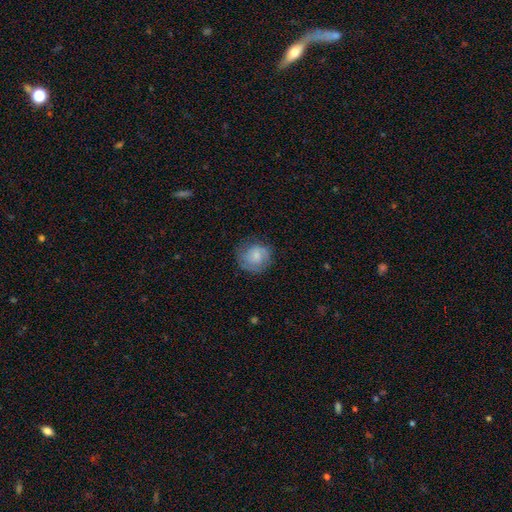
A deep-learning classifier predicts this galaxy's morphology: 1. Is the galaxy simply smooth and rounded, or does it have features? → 55% smooth, 38% featured or disk, 7% star or artifact.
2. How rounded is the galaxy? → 83% round, 16% in between, 1% cigar-shaped.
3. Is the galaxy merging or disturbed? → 71% none, 20% minor disturbance, 8% major disturbance, 1% merger.